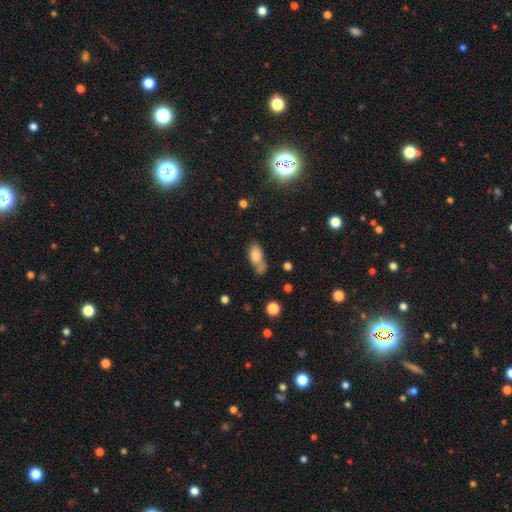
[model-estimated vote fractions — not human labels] Smooth or featured? Predicted: smooth (p=0.78). How rounded? Predicted: in between (p=0.87). Merging? Predicted: none (p=0.43).